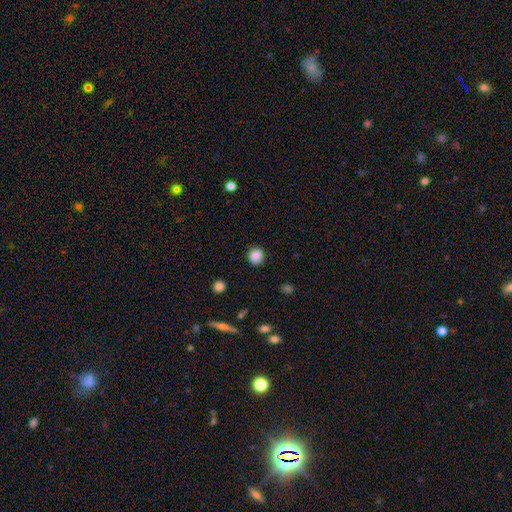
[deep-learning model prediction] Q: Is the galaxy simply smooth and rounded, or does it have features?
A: smooth — 84%.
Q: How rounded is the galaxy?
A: round — 76%.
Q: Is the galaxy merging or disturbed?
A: none — 77%.